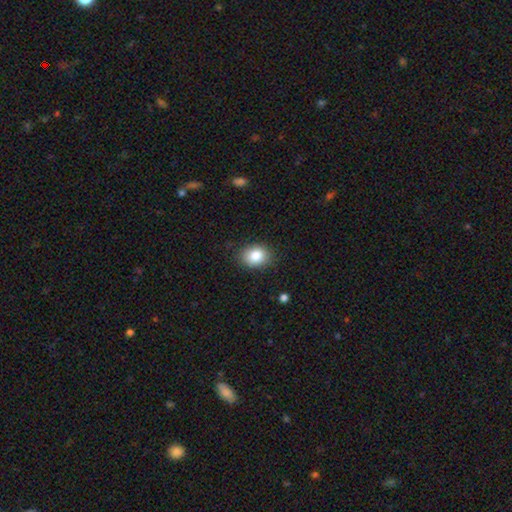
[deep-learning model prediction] smooth 85%, star or artifact 9%, featured or disk 7%. Down the decision tree: how rounded — in between (57%); merging — none (85%).